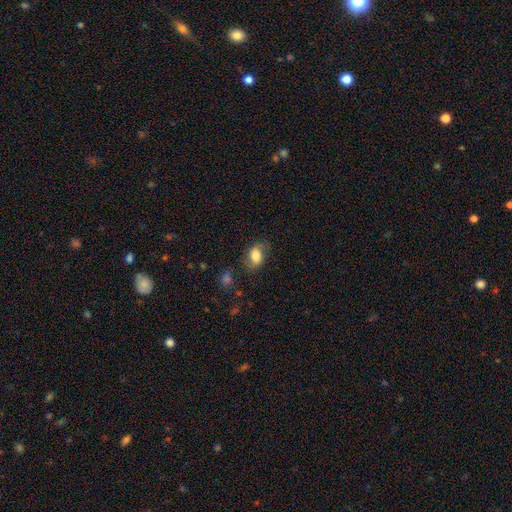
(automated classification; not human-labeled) The model was most divided on "merging": none: 65%, minor disturbance: 23%, major disturbance: 9%, merger: 2%. More confident: how rounded — in between (79%); smooth or featured — smooth (77%).